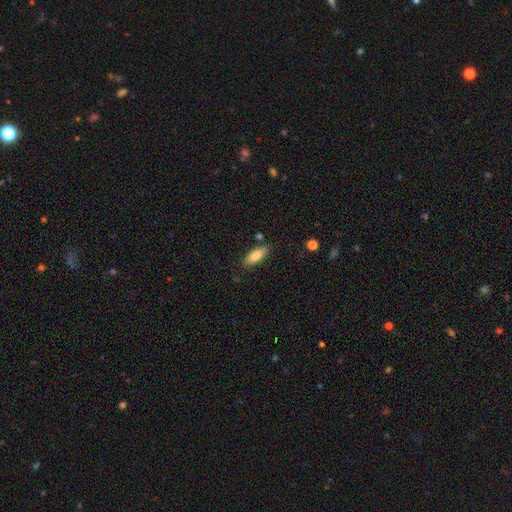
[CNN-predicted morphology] The model was most divided on "how rounded": in between: 67%, cigar-shaped: 31%, round: 2%. More confident: merging — none (82%); smooth or featured — smooth (81%).